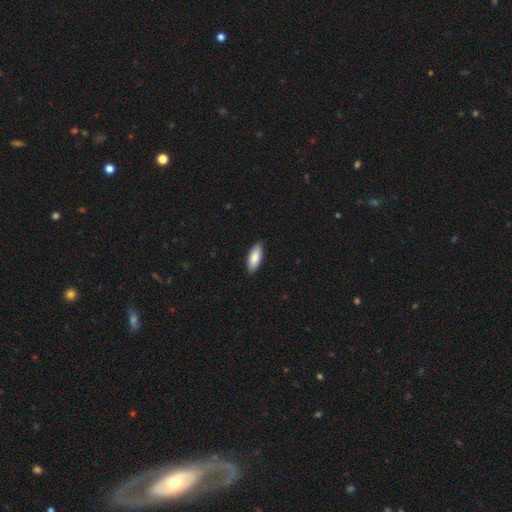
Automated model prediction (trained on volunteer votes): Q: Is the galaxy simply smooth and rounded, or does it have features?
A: smooth — 87%.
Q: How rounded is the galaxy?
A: in between — 74%.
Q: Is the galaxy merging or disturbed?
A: none — 88%.